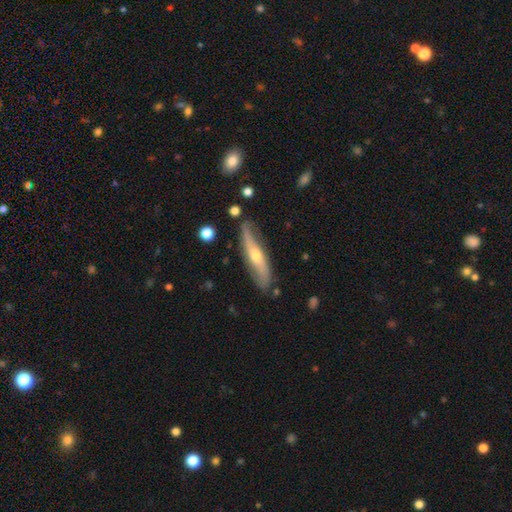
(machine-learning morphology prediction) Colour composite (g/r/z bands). It shows a featured or disk galaxy (64%) viewed edge-on (57%). Merging: none (69%).